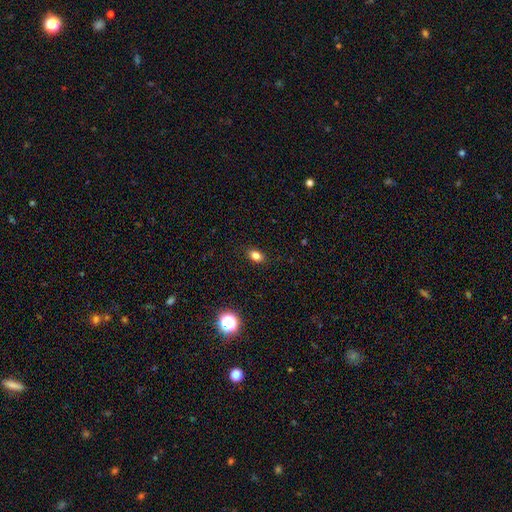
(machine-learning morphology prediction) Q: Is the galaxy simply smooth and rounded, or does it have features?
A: smooth — 81%.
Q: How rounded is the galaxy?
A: in between — 81%.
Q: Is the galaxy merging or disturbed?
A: none — 88%.